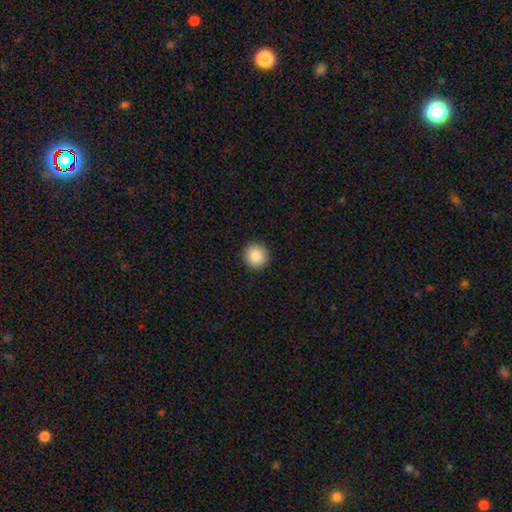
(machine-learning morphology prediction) Overall: smooth (88%). How rounded: round (94%). Merging: none (93%).